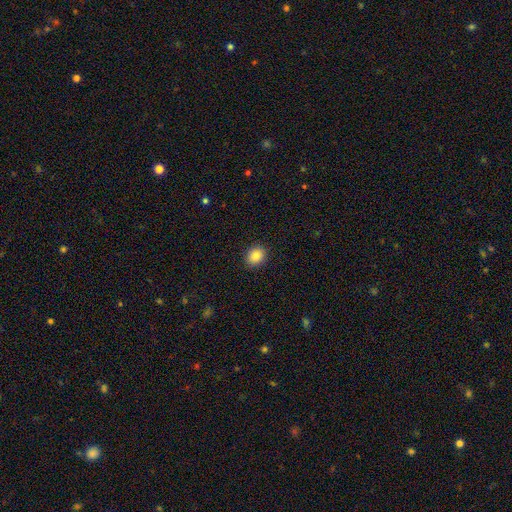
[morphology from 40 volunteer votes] smooth_or_featured: smooth (p=0.85) [alt: star or artifact p=0.12]
how_rounded: in between (p=0.56) [alt: round p=0.44]
merging: none (p=0.94) [alt: minor disturbance p=0.03]